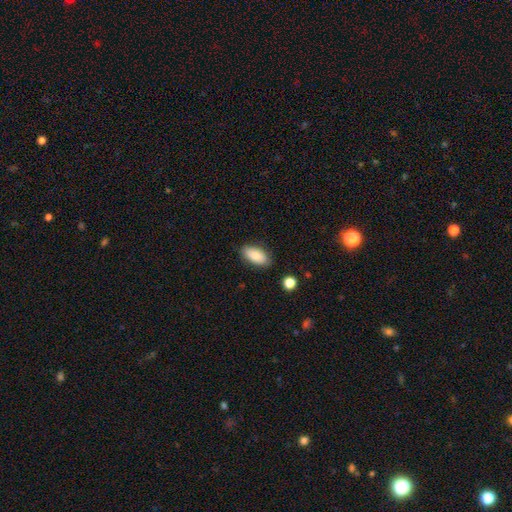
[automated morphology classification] Overall: smooth (83%). How rounded: in between (93%). Merging: none (82%).